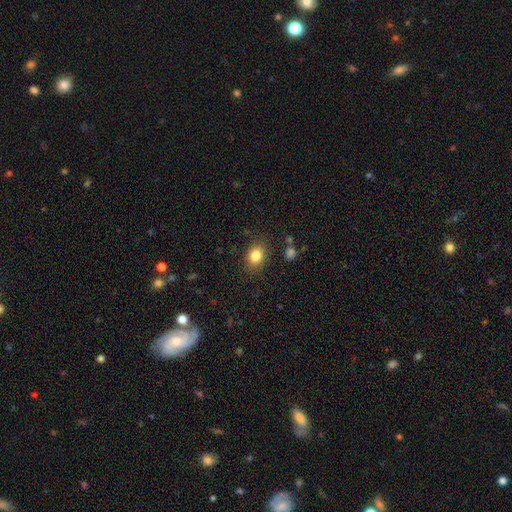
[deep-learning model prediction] A smooth galaxy with no disk features (84%) that is in between round and cigar-shaped (68%). Merging: none (84%).